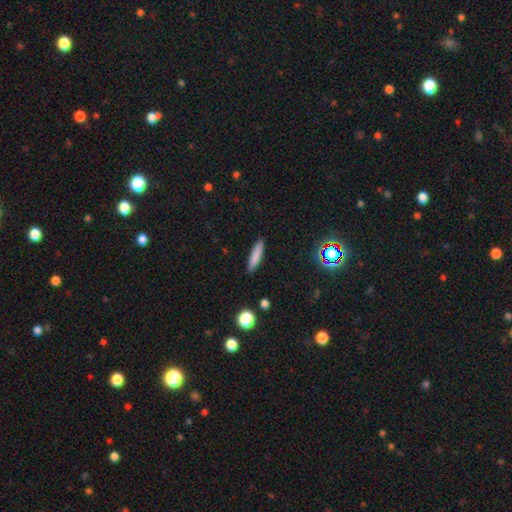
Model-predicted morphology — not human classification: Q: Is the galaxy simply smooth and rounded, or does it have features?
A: smooth — 82%.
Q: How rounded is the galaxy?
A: cigar-shaped — 78%.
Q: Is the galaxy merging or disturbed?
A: none — 88%.